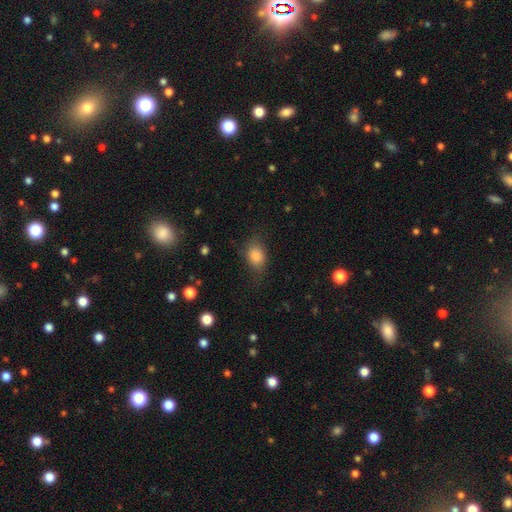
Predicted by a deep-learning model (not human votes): Smooth or featured? smooth (81%)
How rounded? in between (70%)
Merging? none (67%)